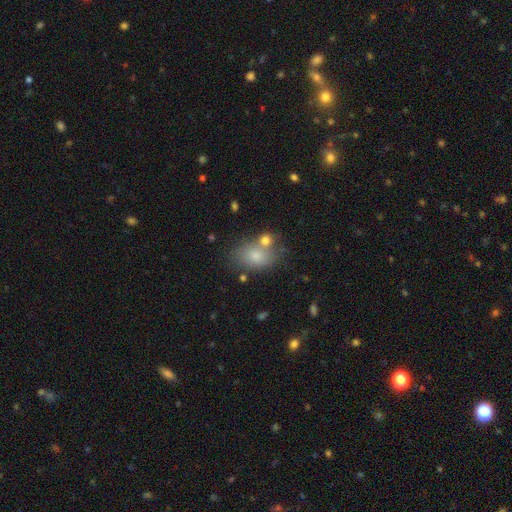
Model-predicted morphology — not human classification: A smooth galaxy with no disk features (79%) that is in between round and cigar-shaped (78%).

Vote fractions:
- Smooth or featured? smooth: 79% / featured or disk: 12% / star or artifact: 10%
- How rounded? in between: 78% / round: 21% / cigar-shaped: 1%
- Merging? none: 55% / merger: 23% / minor disturbance: 16% / major disturbance: 6%